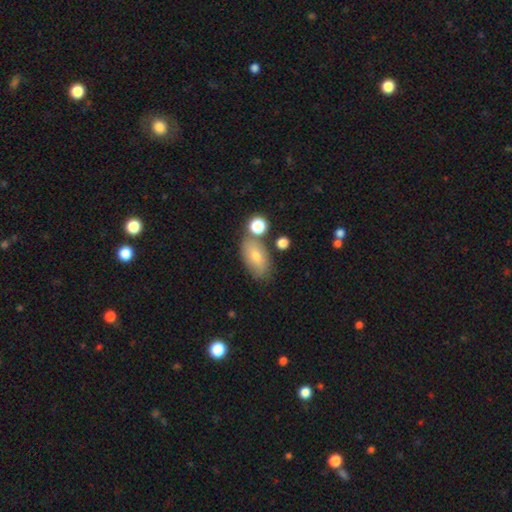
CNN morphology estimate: Smooth or featured? Predicted: smooth (p=0.70). How rounded? Predicted: in between (p=0.89). Merging? Predicted: none (p=0.69).